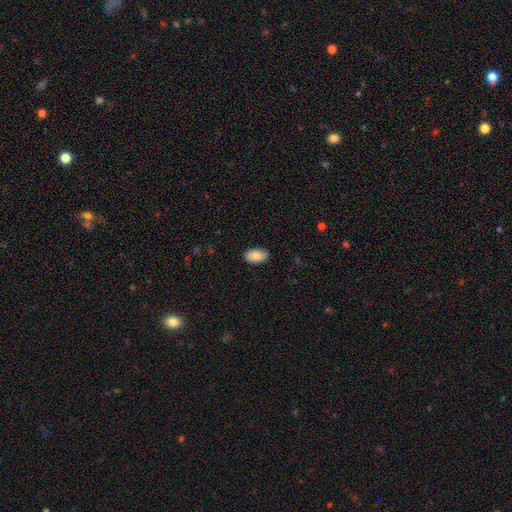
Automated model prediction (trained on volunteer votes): Smooth or featured: smooth — 86% (featured or disk — 7%)
How rounded: in between — 94% (round — 4%)
Merging: none — 86% (minor disturbance — 11%)